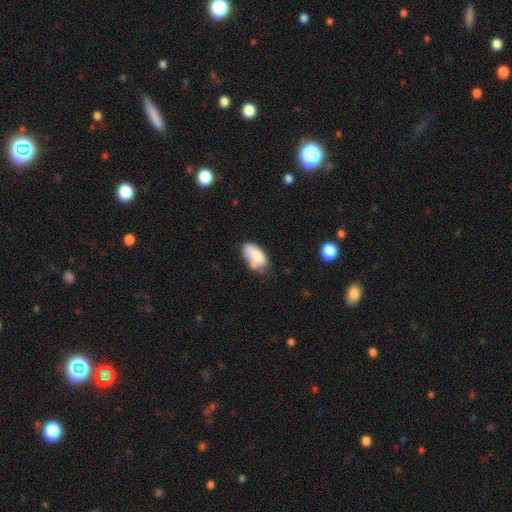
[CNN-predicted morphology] Smooth or featured?
  - smooth: 77% *
  - featured or disk: 15%
  - star or artifact: 8%
How rounded?
  - in between: 93% *
  - round: 5%
  - cigar-shaped: 2%
Merging?
  - none: 46% *
  - minor disturbance: 30%
  - merger: 14%
  - major disturbance: 9%